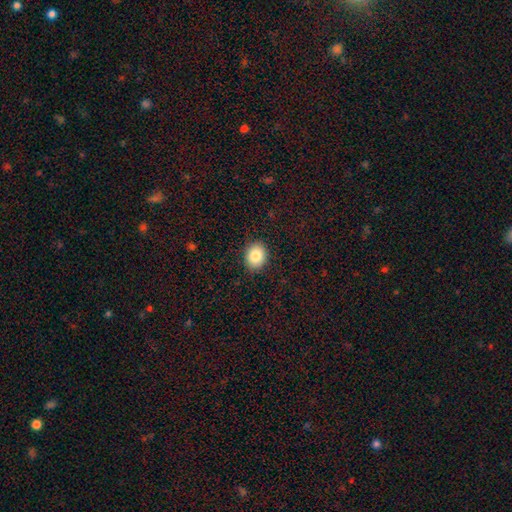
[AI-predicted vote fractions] The model was most divided on "how rounded": in between: 53%, round: 46%, cigar-shaped: 1%. More confident: merging — none (89%); smooth or featured — smooth (85%).